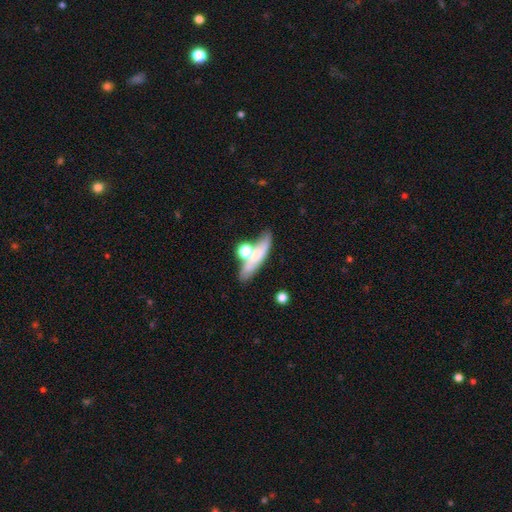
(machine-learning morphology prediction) Smooth or featured?
  - smooth: 61% *
  - featured or disk: 30%
  - star or artifact: 10%
How rounded?
  - cigar-shaped: 55% *
  - in between: 32%
  - round: 13%
Merging?
  - none: 50% *
  - merger: 22%
  - minor disturbance: 18%
  - major disturbance: 9%